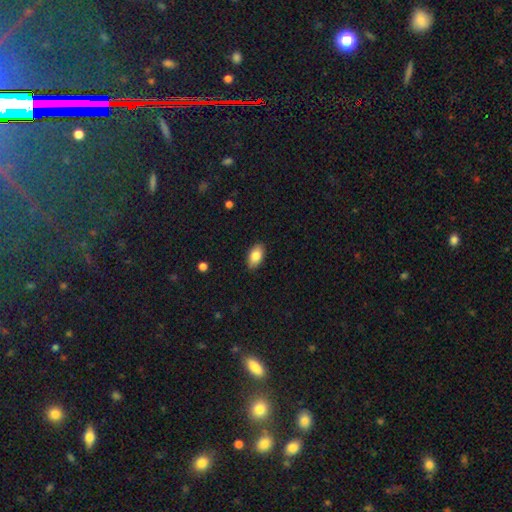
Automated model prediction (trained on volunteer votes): Smooth or featured? Predicted: smooth (p=0.84). How rounded? Predicted: in between (p=0.92). Merging? Predicted: none (p=0.87).